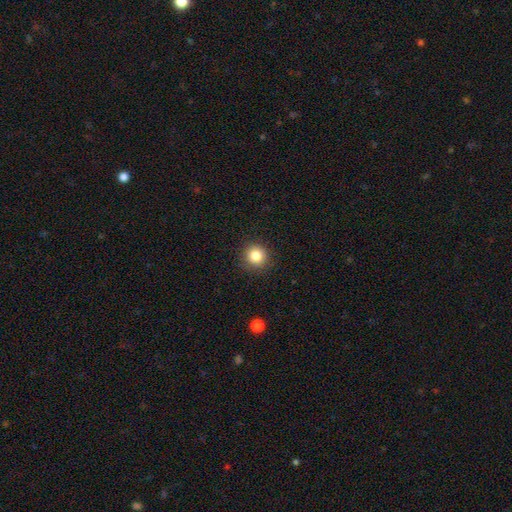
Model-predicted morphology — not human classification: Smooth or featured: smooth — 84% (star or artifact — 11%)
How rounded: round — 94% (in between — 5%)
Merging: none — 90% (minor disturbance — 7%)